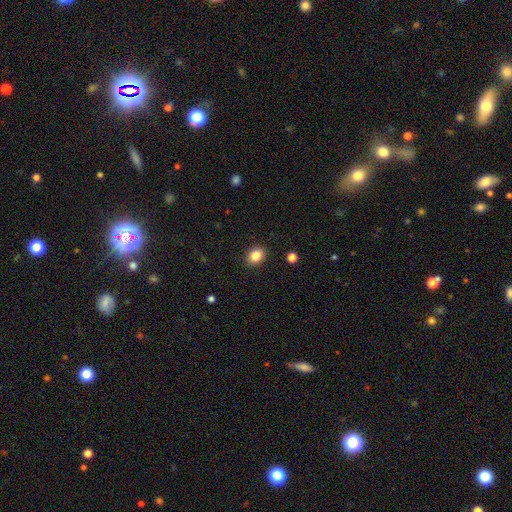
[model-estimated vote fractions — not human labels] Overall: smooth (84%). How rounded: round (50%; in between 49%). Merging: none (90%).